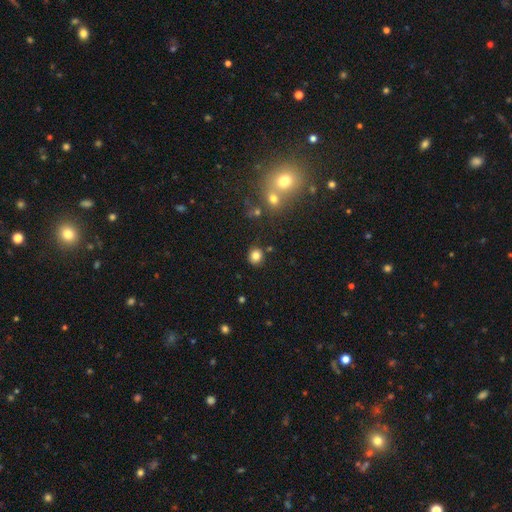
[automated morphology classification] A smooth galaxy with no disk features (82%) that is round (84%).

Vote fractions:
- Smooth or featured? smooth: 82% / star or artifact: 12% / featured or disk: 6%
- How rounded? round: 84% / in between: 15% / cigar-shaped: 1%
- Merging? none: 86% / minor disturbance: 8% / merger: 4% / major disturbance: 2%